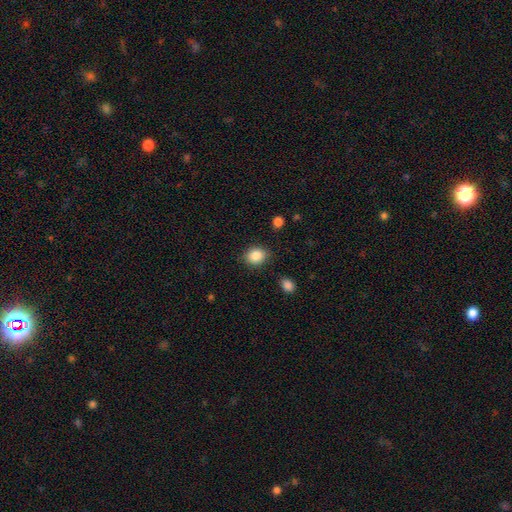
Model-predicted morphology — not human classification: smooth-or-featured: smooth: 87% | star or artifact: 9% | featured or disk: 5%
  how-rounded: round: 54% | in between: 45% | cigar-shaped: 1%
  merging: none: 85% | minor disturbance: 10% | major disturbance: 3% | merger: 2%